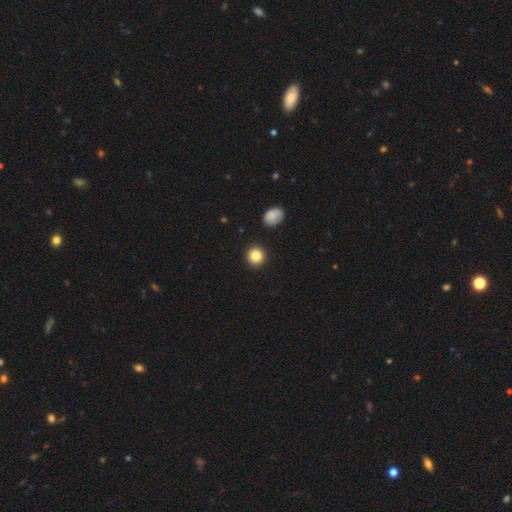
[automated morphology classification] Q: Smooth or featured?
A: smooth (85%); runner-up: star or artifact (10%)
Q: How rounded?
A: round (92%); runner-up: in between (7%)
Q: Merging?
A: none (92%); runner-up: minor disturbance (5%)